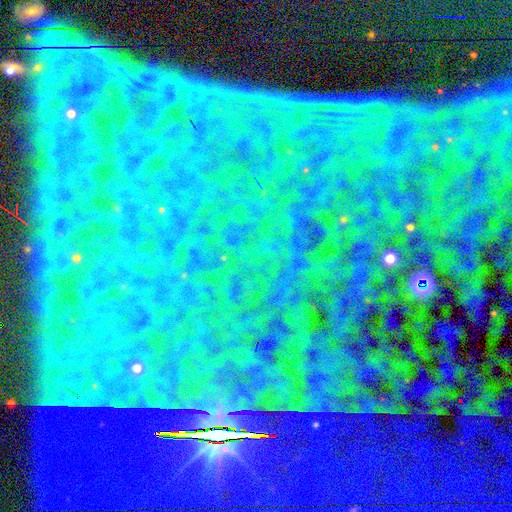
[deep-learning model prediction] The model was most divided on "smooth or featured": star or artifact: 86%, featured or disk: 7%, smooth: 6%.